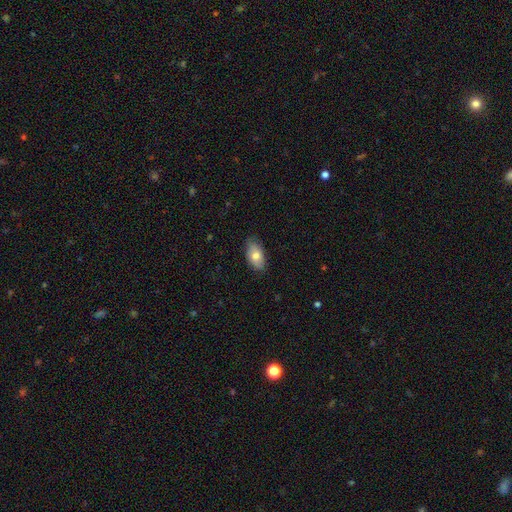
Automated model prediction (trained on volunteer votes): A smooth galaxy with no disk features (75%) that is in between round and cigar-shaped (93%).

Vote fractions:
- Smooth or featured? smooth: 75% / featured or disk: 18% / star or artifact: 7%
- How rounded? in between: 93% / round: 4% / cigar-shaped: 2%
- Merging? none: 80% / minor disturbance: 16% / major disturbance: 3% / merger: 1%